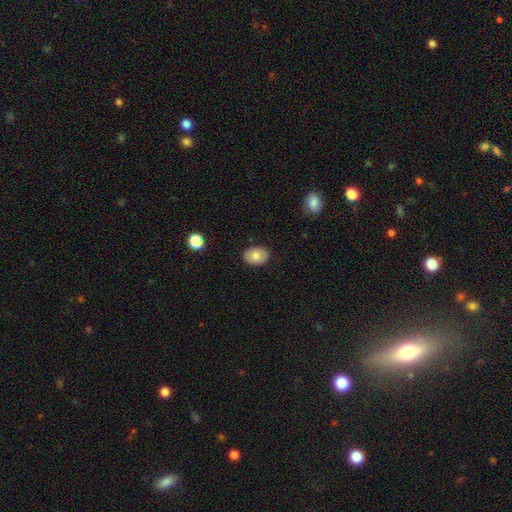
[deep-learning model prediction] This is clearly a smooth galaxy (80%). How rounded: likely in between (76%). Merging: clearly none (88%).